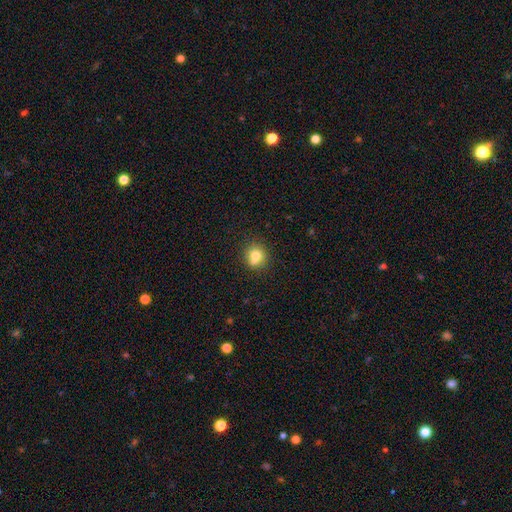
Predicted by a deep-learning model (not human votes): Smooth or featured? Predicted: smooth (p=0.76). How rounded? Predicted: round (p=0.85). Merging? Predicted: none (p=0.64).